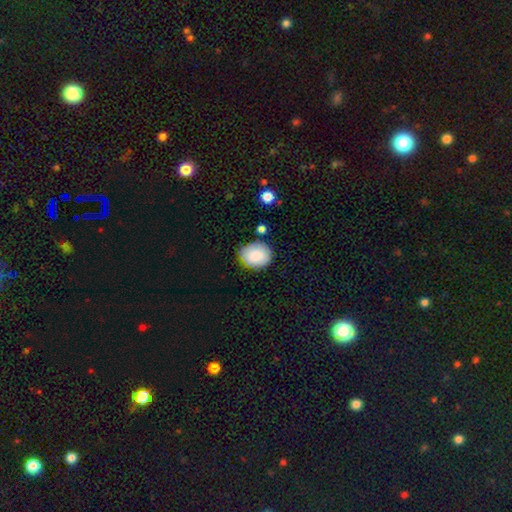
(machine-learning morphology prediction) smooth-or-featured: smooth: 85% | featured or disk: 8% | star or artifact: 7%
  how-rounded: round: 54% | in between: 45% | cigar-shaped: 1%
  merging: none: 76% | minor disturbance: 16% | merger: 4% | major disturbance: 4%